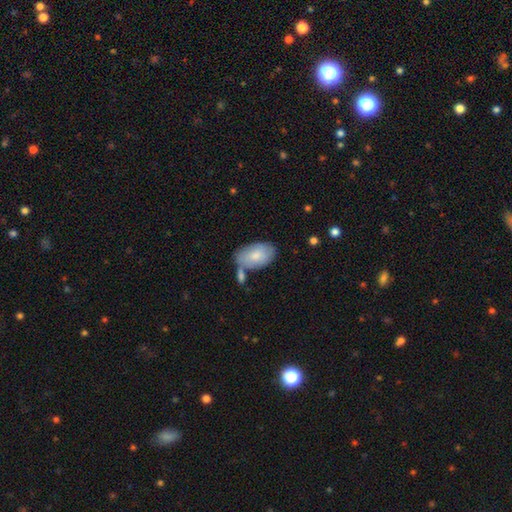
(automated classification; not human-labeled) Overall: smooth (76%). How rounded: in between (93%). Merging: none (56%; minor disturbance 20%).